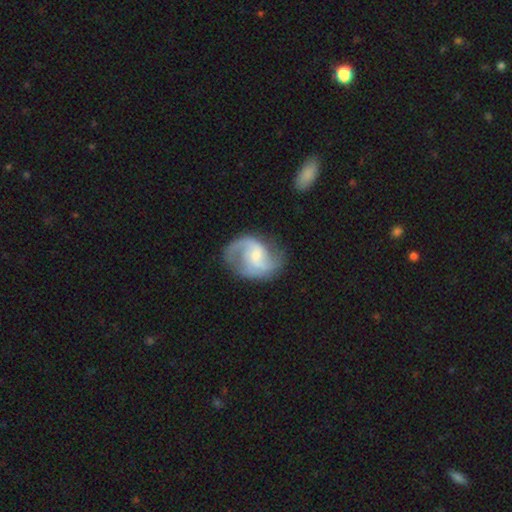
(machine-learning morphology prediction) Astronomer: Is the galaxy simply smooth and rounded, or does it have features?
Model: featured or disk — 87%.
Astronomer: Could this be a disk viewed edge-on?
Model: no — 98%.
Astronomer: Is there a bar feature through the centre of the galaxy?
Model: weak — 50% (runner-up: no, 39%).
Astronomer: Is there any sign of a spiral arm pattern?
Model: yes — 97%.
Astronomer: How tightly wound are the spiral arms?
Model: medium — 51% (runner-up: loose, 35%).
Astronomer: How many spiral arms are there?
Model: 2 — 81%.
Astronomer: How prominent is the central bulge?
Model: small — 51% (runner-up: moderate, 34%).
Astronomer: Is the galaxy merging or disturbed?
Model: none — 70%.